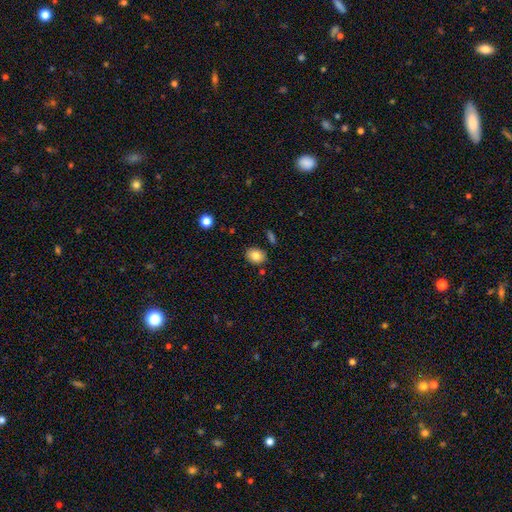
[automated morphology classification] smooth-or-featured: smooth: 84% | star or artifact: 9% | featured or disk: 8%
  how-rounded: in between: 58% | round: 41% | cigar-shaped: 1%
  merging: none: 82% | minor disturbance: 12% | merger: 4% | major disturbance: 3%